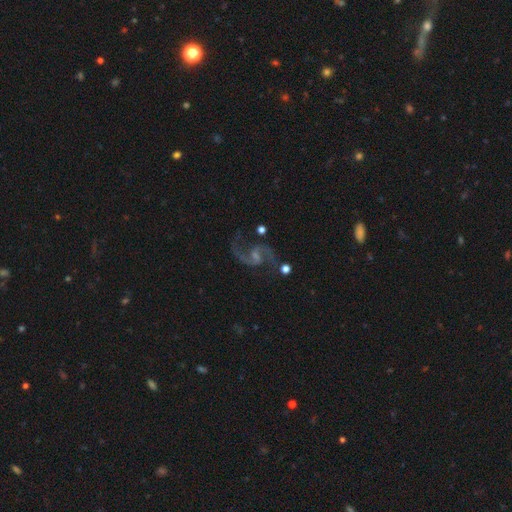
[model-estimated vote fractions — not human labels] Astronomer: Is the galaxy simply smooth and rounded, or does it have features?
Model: featured or disk — 90%.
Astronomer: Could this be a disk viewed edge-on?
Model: no — 98%.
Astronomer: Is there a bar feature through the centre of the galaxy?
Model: weak — 53% (runner-up: no, 32%).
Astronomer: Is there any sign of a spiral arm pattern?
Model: yes — 98%.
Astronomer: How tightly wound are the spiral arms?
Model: loose — 52% (runner-up: medium, 41%).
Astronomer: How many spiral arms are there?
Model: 2 — 94%.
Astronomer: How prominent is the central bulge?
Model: small — 53%.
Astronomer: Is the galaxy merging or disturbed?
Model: none — 74%.